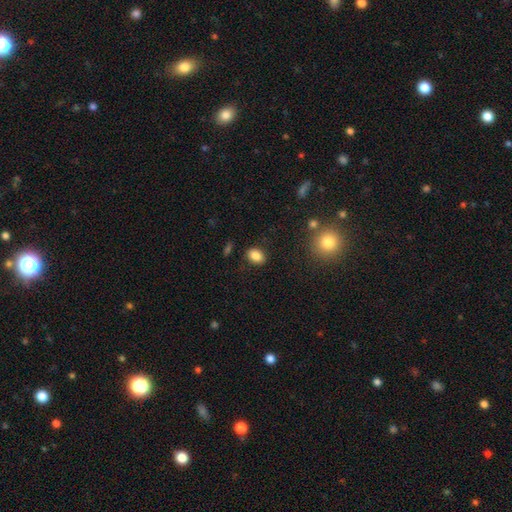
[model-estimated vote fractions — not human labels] smooth 85%, star or artifact 9%, featured or disk 5%. Down the decision tree: how rounded — in between (75%); merging — none (86%).